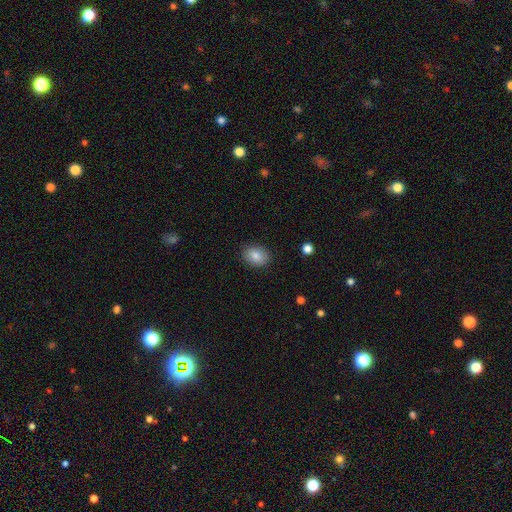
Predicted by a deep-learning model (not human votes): Smooth or featured: smooth — 85% (star or artifact — 8%)
How rounded: in between — 68% (round — 31%)
Merging: none — 87% (minor disturbance — 9%)